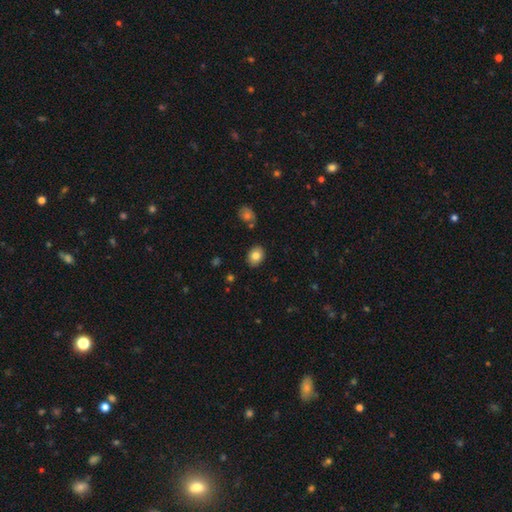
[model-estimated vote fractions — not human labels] A smooth galaxy with no disk features (82%) that is in between round and cigar-shaped (63%).

Vote fractions:
- Smooth or featured? smooth: 82% / featured or disk: 10% / star or artifact: 9%
- How rounded? in between: 63% / round: 36% / cigar-shaped: 1%
- Merging? none: 86% / minor disturbance: 10% / merger: 2% / major disturbance: 2%